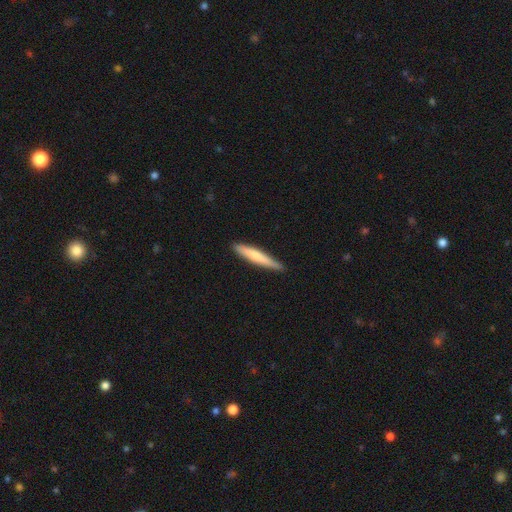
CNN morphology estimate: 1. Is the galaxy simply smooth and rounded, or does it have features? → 66% smooth, 29% featured or disk, 5% star or artifact.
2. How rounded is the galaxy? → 94% cigar-shaped, 5% in between, 1% round.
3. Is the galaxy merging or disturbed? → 86% none, 11% minor disturbance, 2% major disturbance, 1% merger.